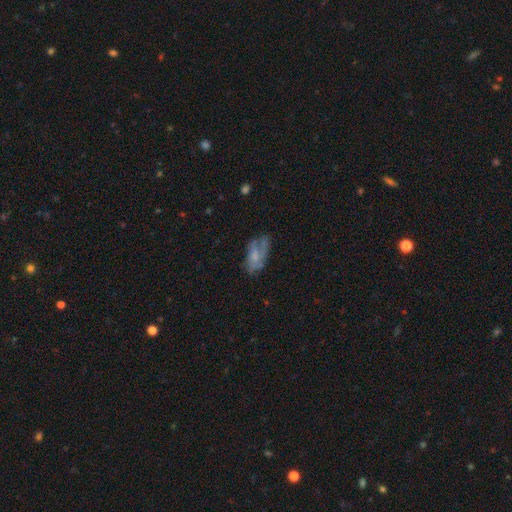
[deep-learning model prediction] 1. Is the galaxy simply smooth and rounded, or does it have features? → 46% featured or disk, 44% smooth, 9% star or artifact.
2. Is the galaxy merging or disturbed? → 48% none, 28% minor disturbance, 21% major disturbance, 3% merger.